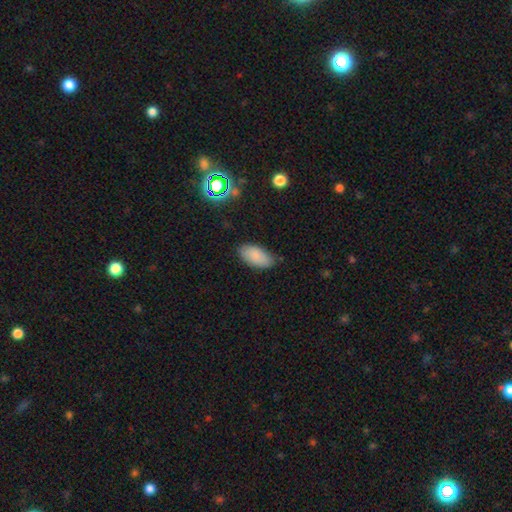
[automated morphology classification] This appears to be a smooth galaxy with no disk features (84%) that is in between round and cigar-shaped (93%). Merging: none (77%).